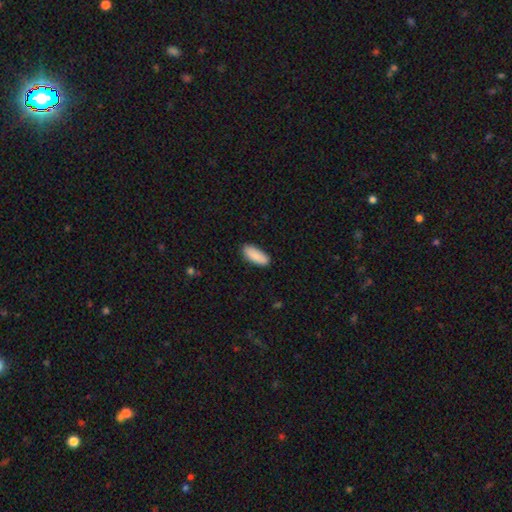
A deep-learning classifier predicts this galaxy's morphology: Q: Smooth or featured?
A: smooth (88%); runner-up: featured or disk (7%)
Q: How rounded?
A: in between (79%); runner-up: cigar-shaped (19%)
Q: Merging?
A: none (88%); runner-up: minor disturbance (10%)